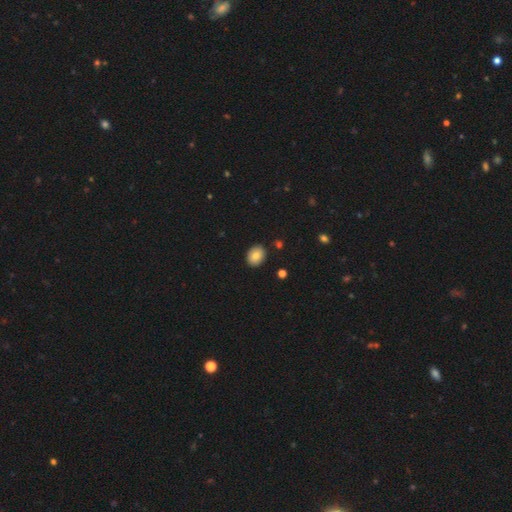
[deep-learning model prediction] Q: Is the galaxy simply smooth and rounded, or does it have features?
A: smooth — 83%.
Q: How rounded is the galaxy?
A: in between — 59%.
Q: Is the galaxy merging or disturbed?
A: none — 89%.